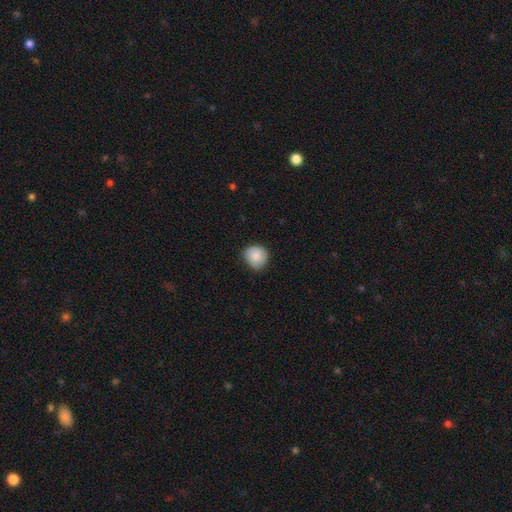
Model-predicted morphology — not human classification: Smooth or featured: smooth — 84% (featured or disk — 9%)
How rounded: round — 86% (in between — 13%)
Merging: none — 73% (minor disturbance — 23%)